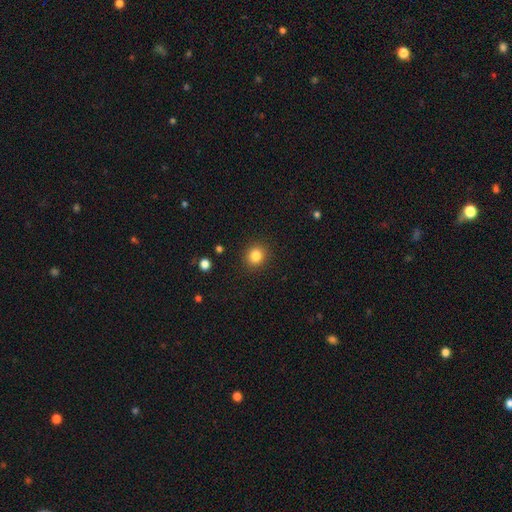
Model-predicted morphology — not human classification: type=smooth (84%); roundness=round (86%); merging=none (90%).